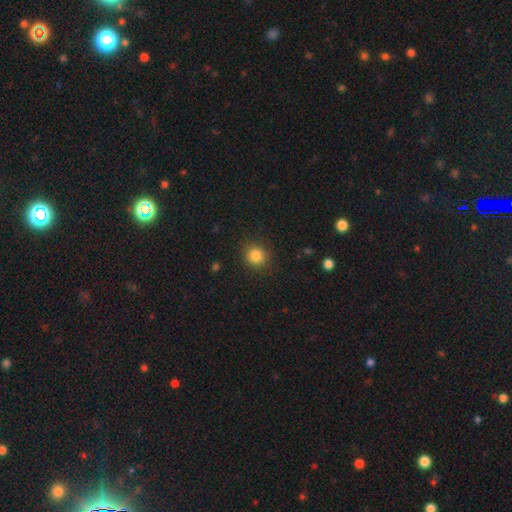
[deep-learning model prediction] smooth 84%, star or artifact 11%, featured or disk 5%. Down the decision tree: how rounded — round (89%); merging — none (88%).